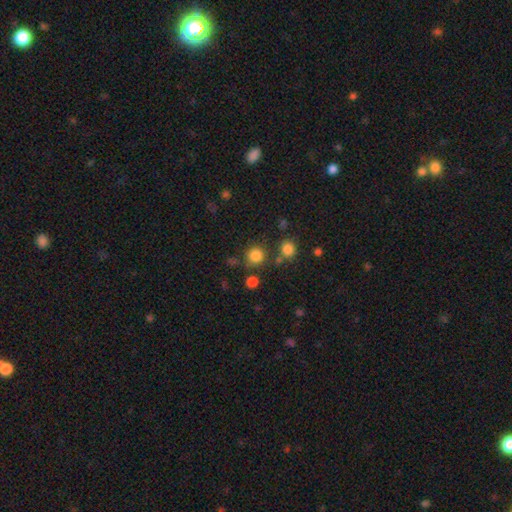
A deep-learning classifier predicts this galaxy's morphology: Smooth or featured?
  - smooth: 82% *
  - star or artifact: 13%
  - featured or disk: 5%
How rounded?
  - round: 92% *
  - in between: 7%
  - cigar-shaped: 1%
Merging?
  - none: 79% *
  - merger: 9%
  - minor disturbance: 8%
  - major disturbance: 4%